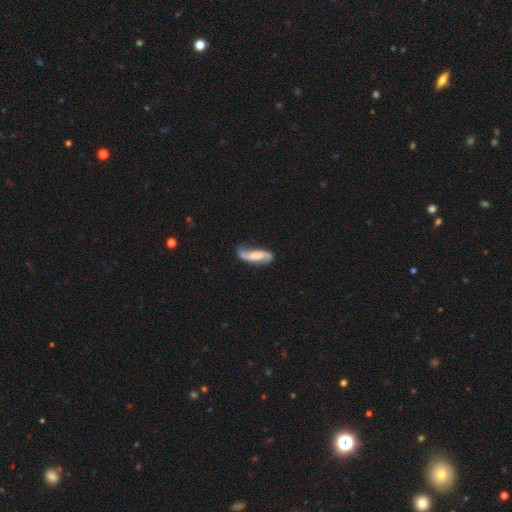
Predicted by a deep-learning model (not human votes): Smooth or featured? featured or disk (69%)
Edge-on disk? no (91%)
Bar? no (38%)
Spiral arms? yes (93%)
Spiral winding? loose (64%)
Spiral arm count? 2 (88%)
Bulge size? none (38%)
Merging? none (65%)